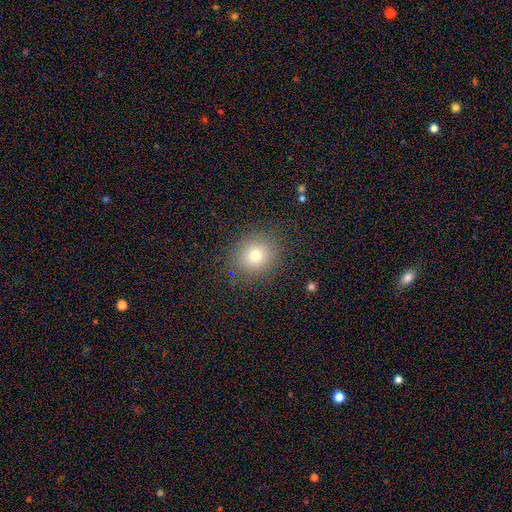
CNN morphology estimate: Smooth or featured? Predicted: smooth (p=0.74). How rounded? Predicted: round (p=0.85). Merging? Predicted: none (p=0.87).